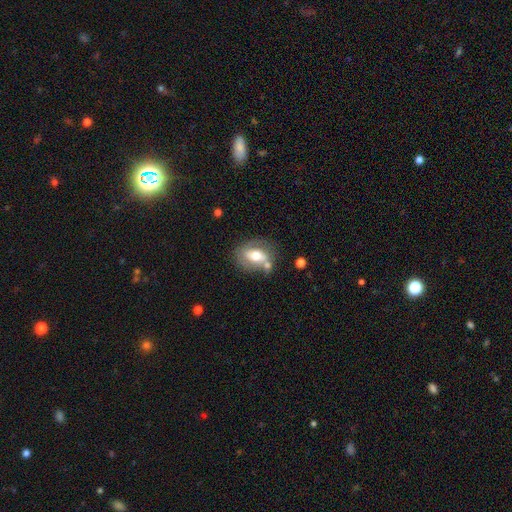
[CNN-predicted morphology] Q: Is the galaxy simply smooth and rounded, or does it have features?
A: featured or disk — 49%.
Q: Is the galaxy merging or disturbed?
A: none — 52%.